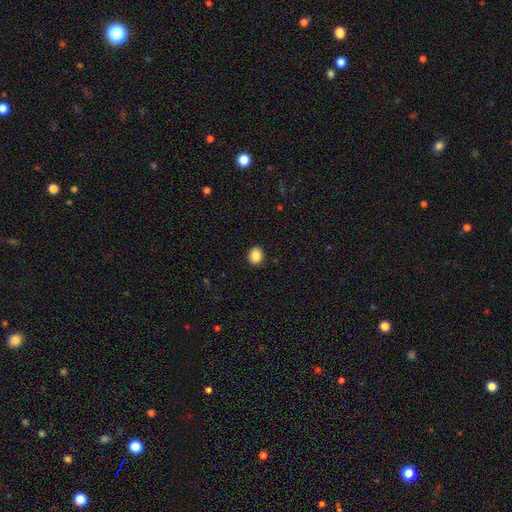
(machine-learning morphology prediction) A smooth galaxy with no disk features (87%) that is round (64%). Merging: none (91%).